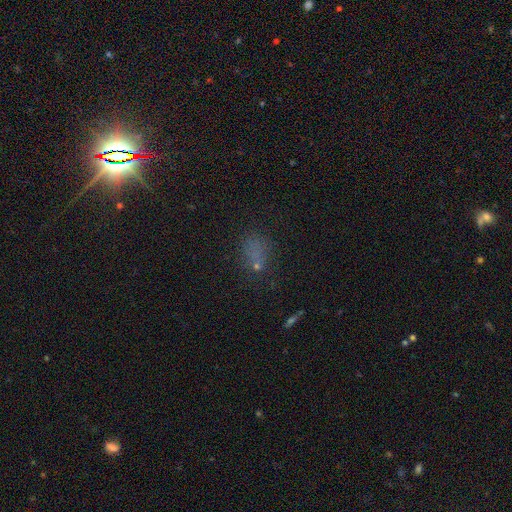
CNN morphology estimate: Smooth or featured: smooth — 51% (star or artifact — 37%)
How rounded: in between — 66% (round — 29%)
Merging: none — 63% (minor disturbance — 17%)